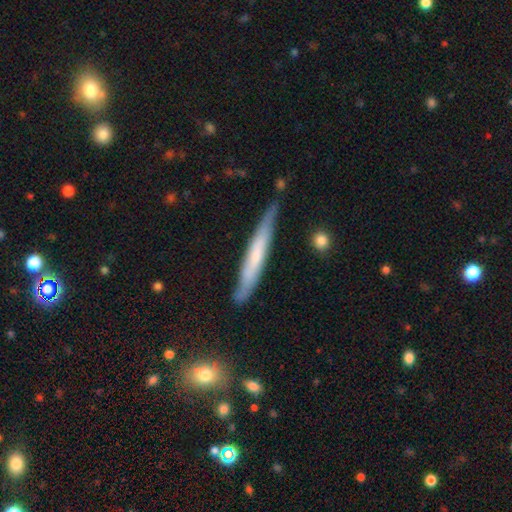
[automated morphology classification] Smooth or featured?
  - smooth: 47% * (tied)
  - featured or disk: 47% * (tied)
  - star or artifact: 6%
Merging?
  - none: 74% *
  - minor disturbance: 21%
  - major disturbance: 3%
  - merger: 2%